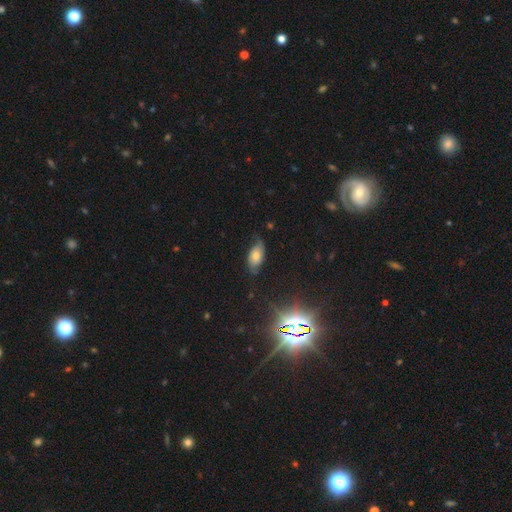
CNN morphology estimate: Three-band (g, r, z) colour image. It shows a smooth galaxy with no disk features (56%) that is in between round and cigar-shaped (91%). Merging: none (60%).